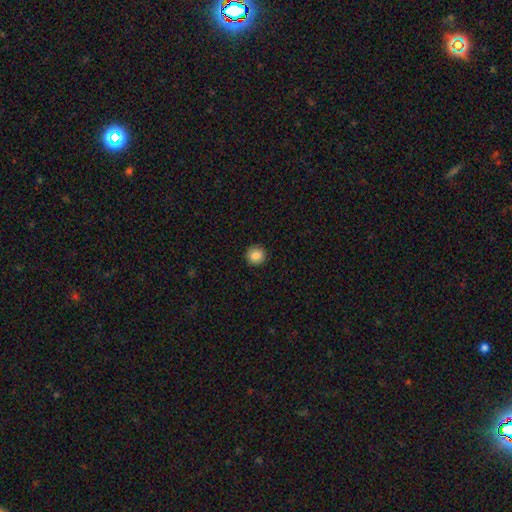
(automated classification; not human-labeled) Morphology: type=smooth (85%); roundness=round (95%); merging=none (93%).